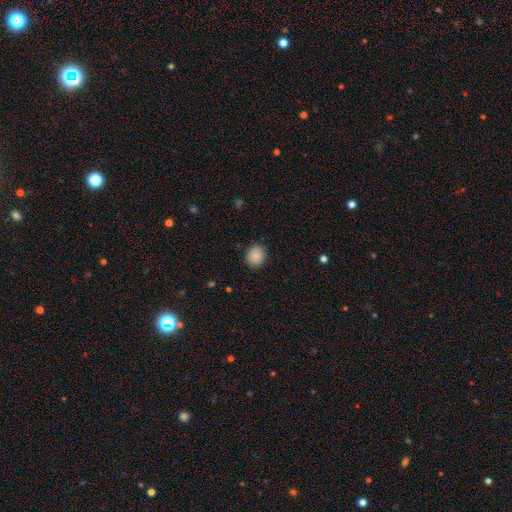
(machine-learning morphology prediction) Q: Smooth or featured?
A: smooth (88%); runner-up: star or artifact (8%)
Q: How rounded?
A: round (78%); runner-up: in between (21%)
Q: Merging?
A: none (88%); runner-up: minor disturbance (8%)